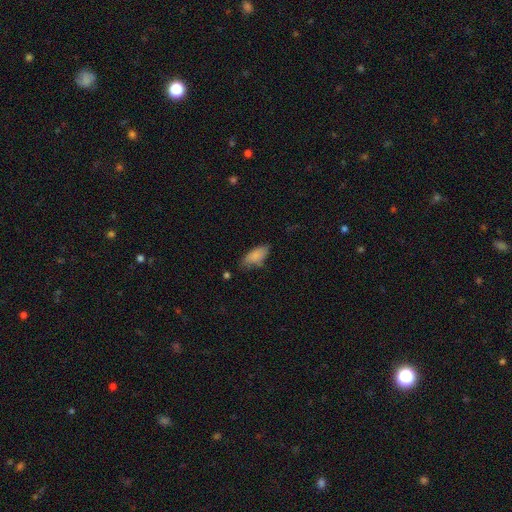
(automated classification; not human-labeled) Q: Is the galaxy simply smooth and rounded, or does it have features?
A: smooth — 83%.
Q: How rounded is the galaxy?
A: in between — 84%.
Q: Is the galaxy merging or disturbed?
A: none — 61%.